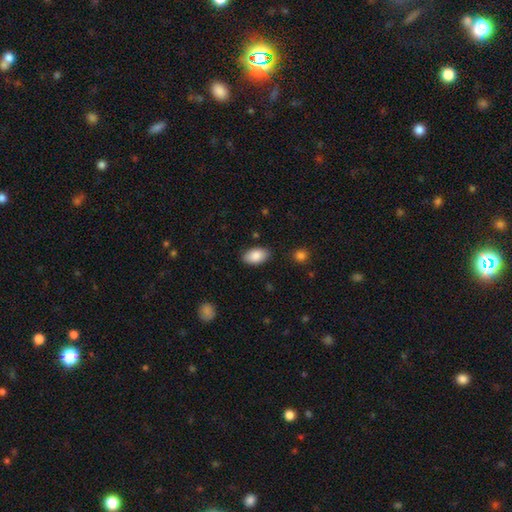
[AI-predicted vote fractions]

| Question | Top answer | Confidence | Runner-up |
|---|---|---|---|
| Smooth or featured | smooth | 87% | star or artifact (7%) |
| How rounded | in between | 93% | round (5%) |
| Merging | none | 85% | minor disturbance (11%) |